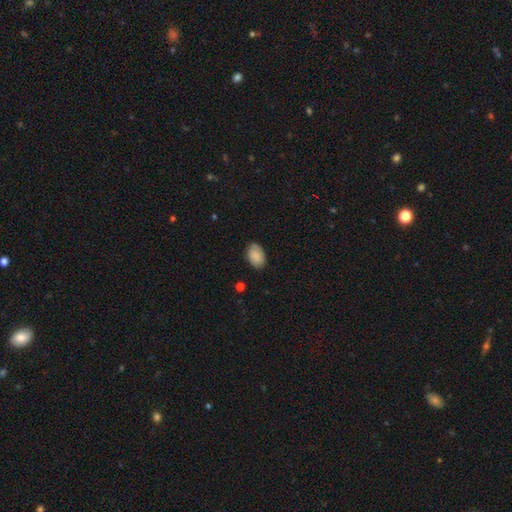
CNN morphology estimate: type=smooth (86%); roundness=in between (89%); merging=none (80%).